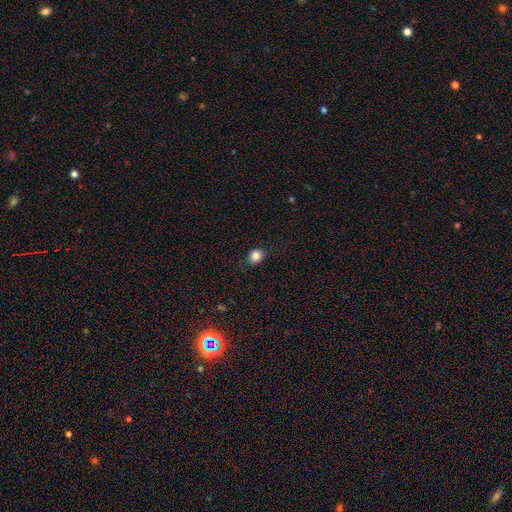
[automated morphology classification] smooth 84%, star or artifact 11%, featured or disk 5%. Down the decision tree: how rounded — round (71%); merging — none (83%).